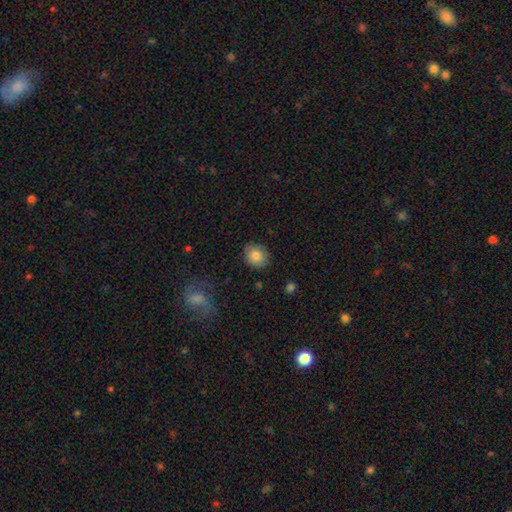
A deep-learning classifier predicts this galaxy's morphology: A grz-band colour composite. It shows a smooth galaxy with no disk features (82%) that is round (70%). Merging: none (84%).